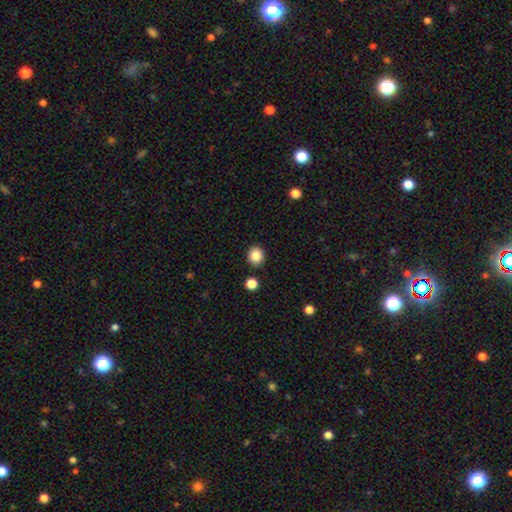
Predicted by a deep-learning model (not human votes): Morphology: type=smooth (86%); roundness=round (76%); merging=none (89%).